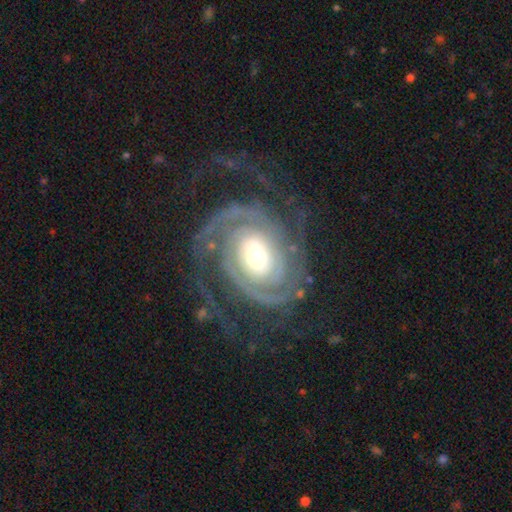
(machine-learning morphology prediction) Smooth or featured: featured or disk — 92% (star or artifact — 4%)
Edge-on disk: no — 97% (yes — 3%)
Bar: no — 66% (weak — 21%)
Spiral arms: yes — 98% (no — 2%)
Spiral winding: tight — 69% (medium — 24%)
Spiral arm count: 2 — 49% (3 — 17%)
Bulge size: moderate — 58% (small — 27%)
Merging: none — 67% (major disturbance — 17%)